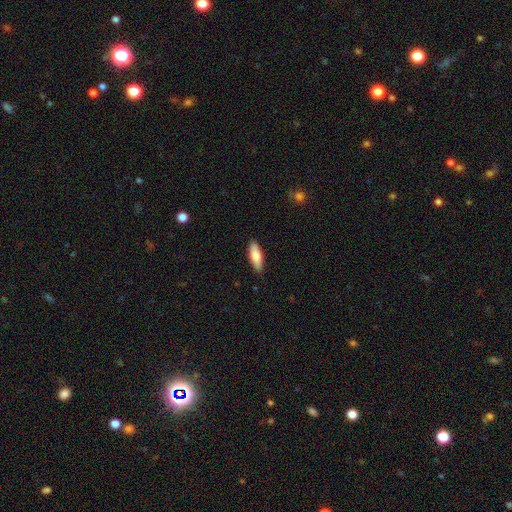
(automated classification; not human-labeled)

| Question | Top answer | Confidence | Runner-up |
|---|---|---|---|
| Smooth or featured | smooth | 79% | featured or disk (15%) |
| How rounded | in between | 59% | cigar-shaped (40%) |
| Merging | none | 88% | minor disturbance (9%) |